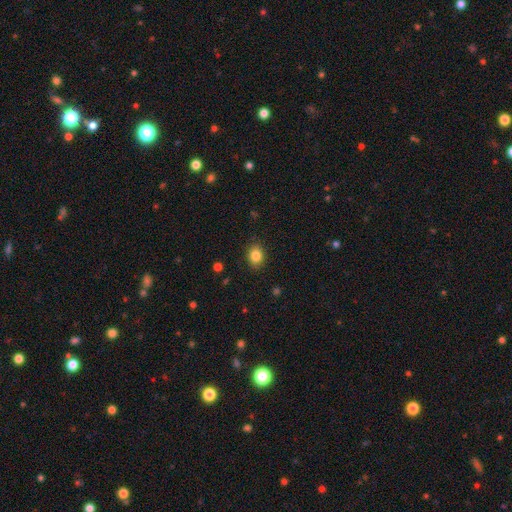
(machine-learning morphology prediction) Smooth or featured? Predicted: smooth (p=0.84). How rounded? Predicted: in between (p=0.53). Merging? Predicted: none (p=0.87).